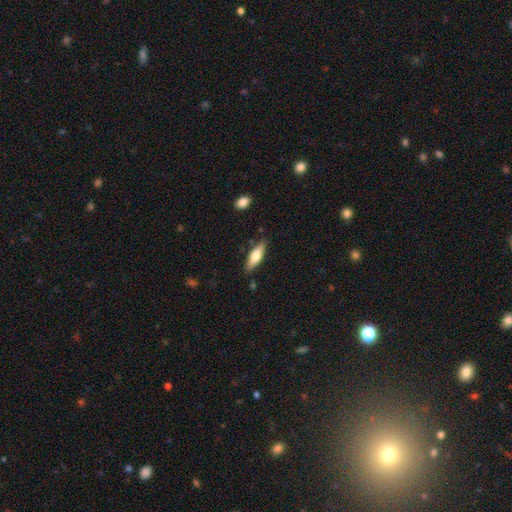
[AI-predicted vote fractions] A smooth galaxy with no disk features (64%) that is in between round and cigar-shaped (50%).

Vote fractions:
- Smooth or featured? smooth: 64% / featured or disk: 31% / star or artifact: 6%
- How rounded? in between: 50% / cigar-shaped: 48% / round: 2%
- Merging? none: 83% / minor disturbance: 12% / major disturbance: 2% / merger: 2%